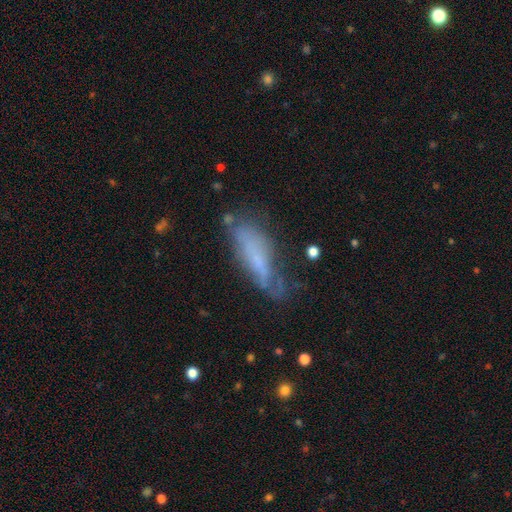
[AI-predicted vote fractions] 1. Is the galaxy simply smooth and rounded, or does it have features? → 52% smooth, 38% featured or disk, 10% star or artifact.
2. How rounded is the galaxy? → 54% cigar-shaped, 44% in between, 2% round.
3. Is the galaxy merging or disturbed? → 48% none, 30% minor disturbance, 17% major disturbance, 5% merger.